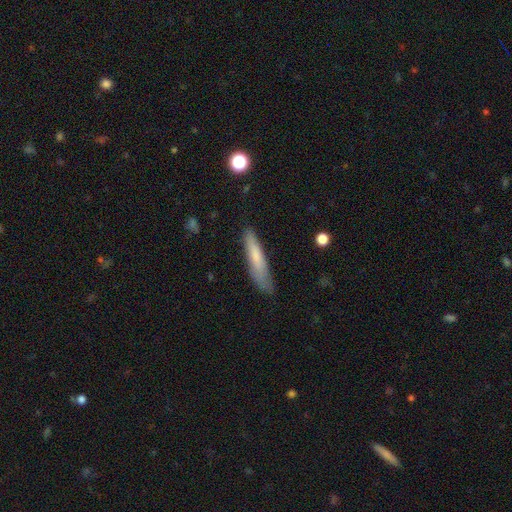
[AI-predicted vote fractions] Smooth or featured? smooth (72%)
How rounded? cigar-shaped (87%)
Merging? none (74%)